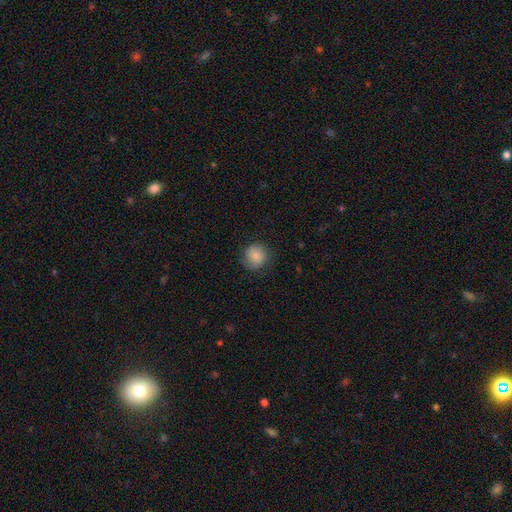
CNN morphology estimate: This is clearly a smooth galaxy (86%). How rounded: clearly round (89%). Merging: clearly none (82%).